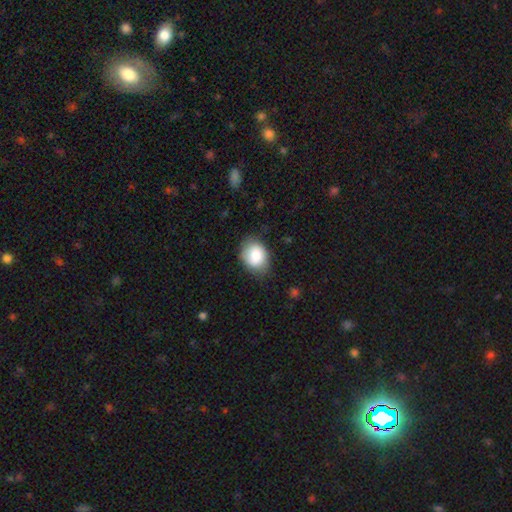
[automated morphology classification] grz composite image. It shows a smooth galaxy with no disk features (83%) that is in between round and cigar-shaped (64%). Merging: none (72%).